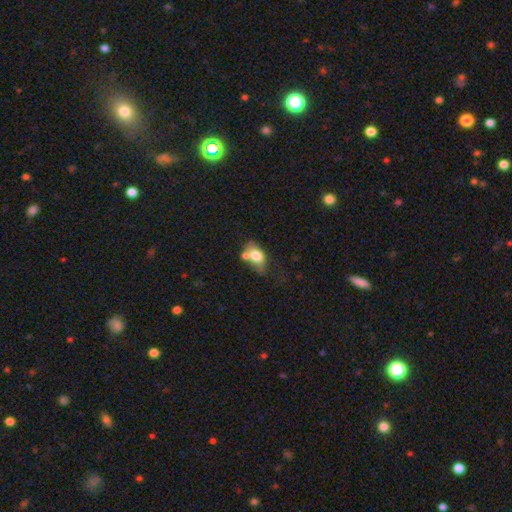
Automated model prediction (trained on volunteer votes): Smooth or featured? Predicted: smooth (p=0.70). How rounded? Predicted: in between (p=0.83). Merging? Predicted: none (p=0.36).